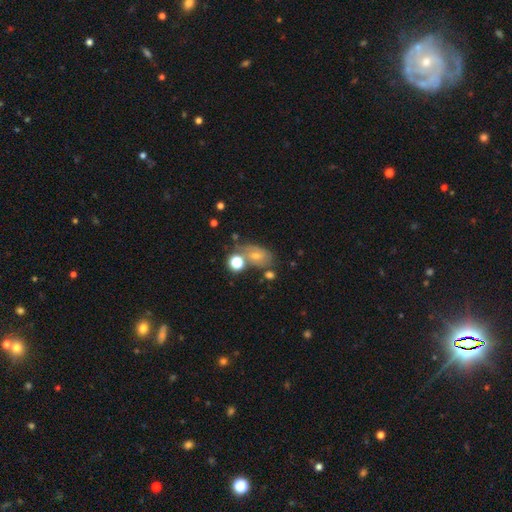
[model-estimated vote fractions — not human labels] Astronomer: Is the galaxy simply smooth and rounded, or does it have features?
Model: smooth — 38% (runner-up: featured or disk, 36%).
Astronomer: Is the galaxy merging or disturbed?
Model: none — 53%.